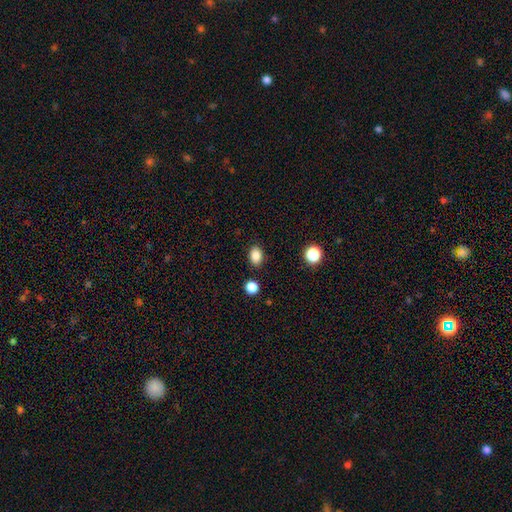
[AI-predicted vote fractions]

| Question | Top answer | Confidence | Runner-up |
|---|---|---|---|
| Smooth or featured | smooth | 86% | star or artifact (10%) |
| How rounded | in between | 76% | round (23%) |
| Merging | none | 86% | minor disturbance (9%) |